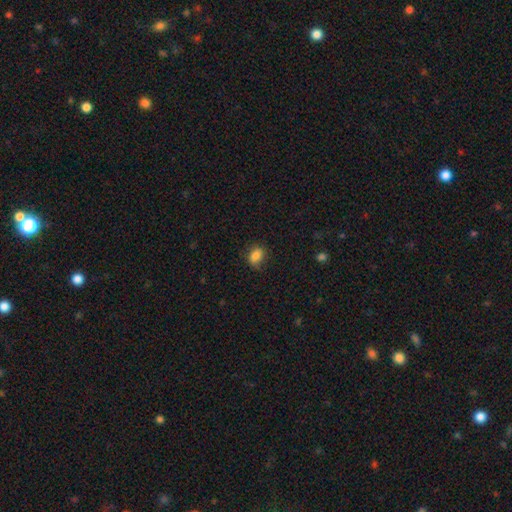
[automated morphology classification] type=smooth (84%); roundness=in between (69%); merging=none (76%).